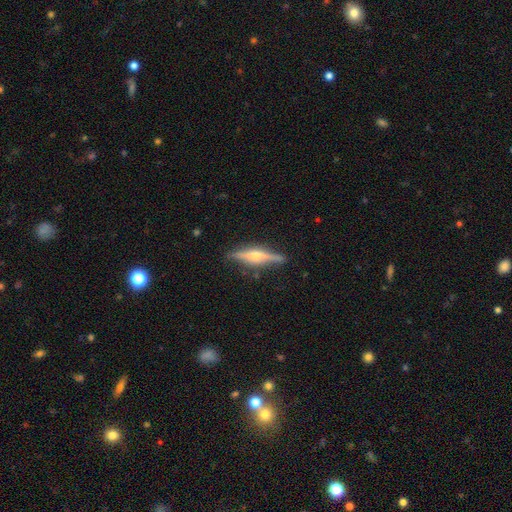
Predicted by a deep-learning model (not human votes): A featured or disk galaxy (74%) viewed edge-on (97%) with a rounded central bulge (84%).

Vote fractions:
- Smooth or featured? featured or disk: 74% / smooth: 20% / star or artifact: 6%
- Edge-on disk? yes: 97% / no: 3%
- Edge-on bulge? rounded: 84% / boxy: 11% / none: 5%
- Merging? none: 85% / minor disturbance: 11% / major disturbance: 2% / merger: 2%